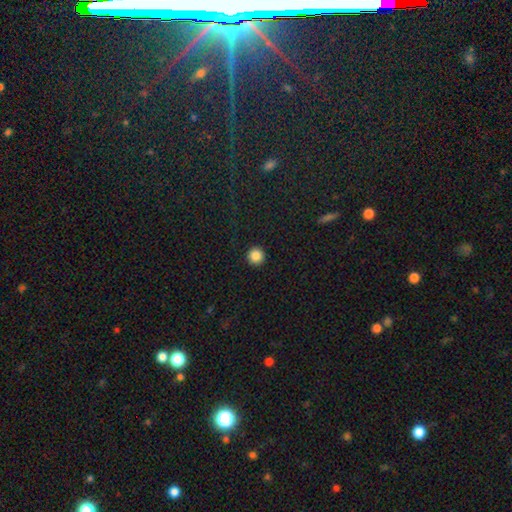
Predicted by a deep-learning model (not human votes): The model was most divided on "smooth or featured": smooth: 86%, star or artifact: 10%, featured or disk: 4%. More confident: how rounded — round (96%); merging — none (94%).